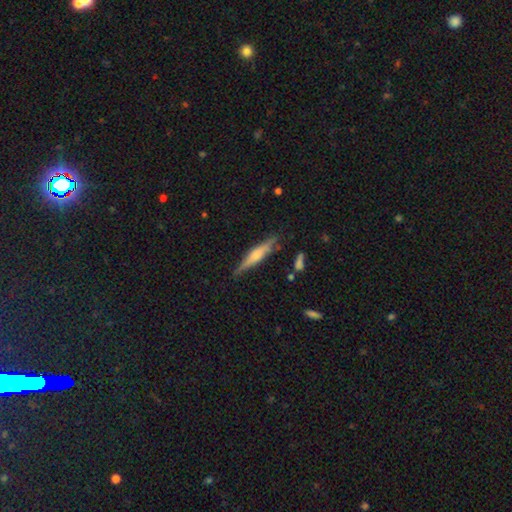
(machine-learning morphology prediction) smooth-or-featured: featured or disk: 58% | smooth: 35% | star or artifact: 7%
  disk-edge-on: yes: 96% | no: 4%
    edge-on-bulge: rounded: 67% | boxy: 20% | none: 13%
  merging: none: 83% | minor disturbance: 13% | major disturbance: 3% | merger: 2%